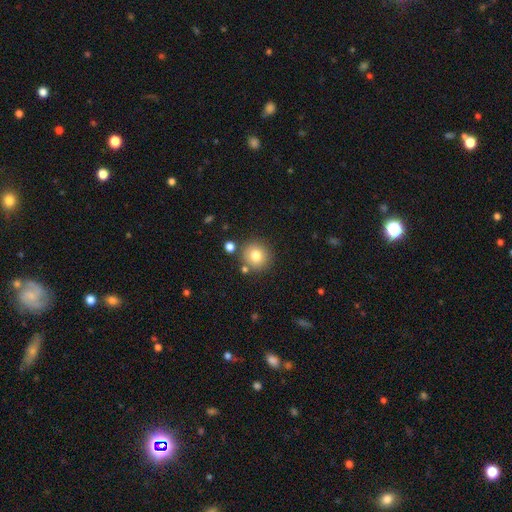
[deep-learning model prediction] Overall: smooth (78%). How rounded: round (92%). Merging: none (82%).